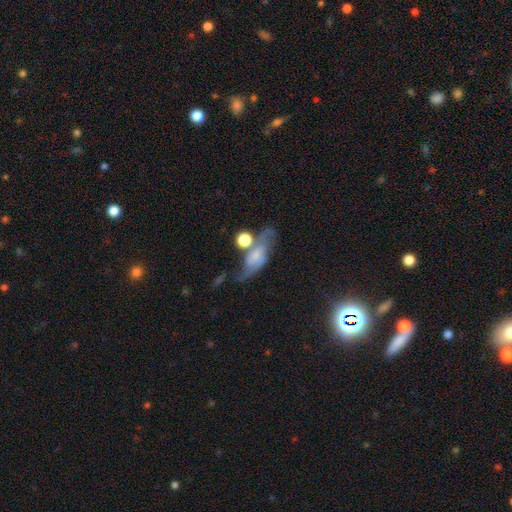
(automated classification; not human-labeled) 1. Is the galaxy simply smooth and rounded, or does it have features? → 57% featured or disk, 33% smooth, 10% star or artifact.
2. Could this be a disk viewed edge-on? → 87% no, 13% yes.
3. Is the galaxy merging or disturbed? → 38% none, 21% minor disturbance, 20% merger, 20% major disturbance.